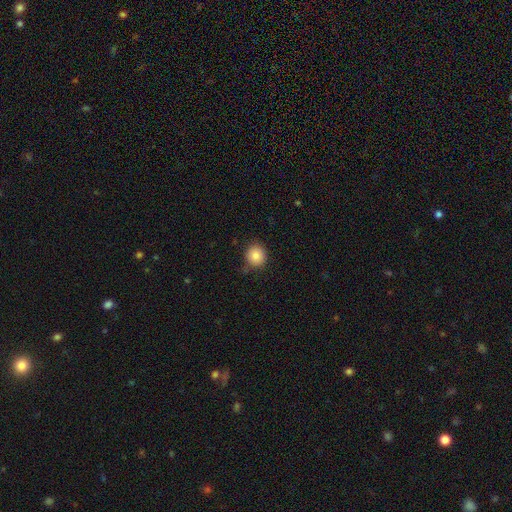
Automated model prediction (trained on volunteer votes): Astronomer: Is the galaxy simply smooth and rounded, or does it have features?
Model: smooth — 85%.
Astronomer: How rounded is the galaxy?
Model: round — 87%.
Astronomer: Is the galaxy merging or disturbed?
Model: none — 81%.